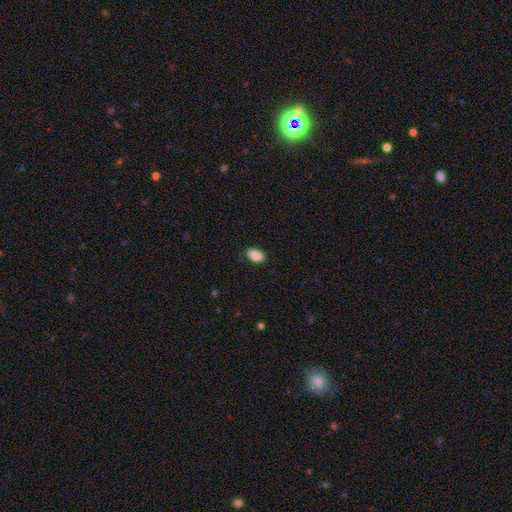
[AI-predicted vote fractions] smooth 89%, star or artifact 7%, featured or disk 4%. Down the decision tree: how rounded — in between (93%); merging — none (82%).